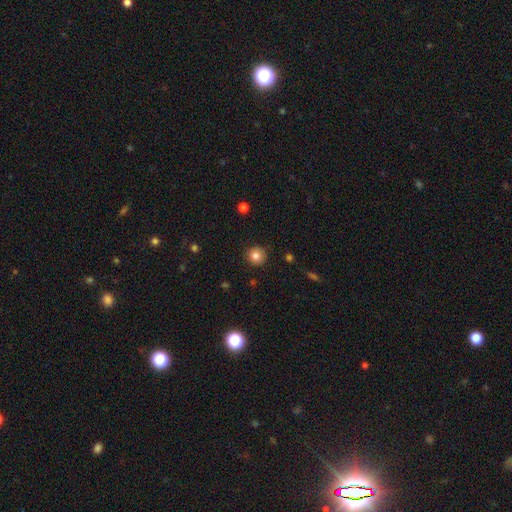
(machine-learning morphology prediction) Smooth or featured? Predicted: smooth (p=0.83). How rounded? Predicted: round (p=0.93). Merging? Predicted: none (p=0.89).